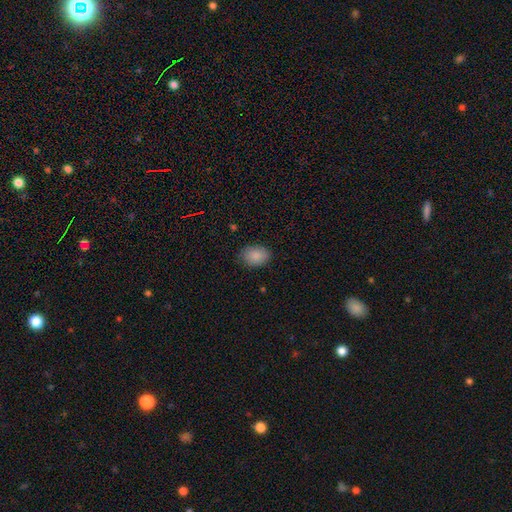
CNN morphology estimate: Q: Smooth or featured?
A: smooth (88%); runner-up: star or artifact (7%)
Q: How rounded?
A: in between (76%); runner-up: round (23%)
Q: Merging?
A: none (82%); runner-up: minor disturbance (14%)